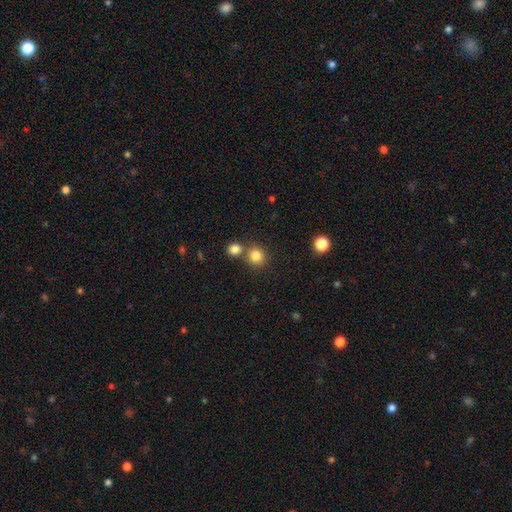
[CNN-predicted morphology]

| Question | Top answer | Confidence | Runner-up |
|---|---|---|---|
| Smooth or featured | smooth | 83% | star or artifact (12%) |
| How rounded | round | 87% | in between (12%) |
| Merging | none | 68% | merger (22%) |